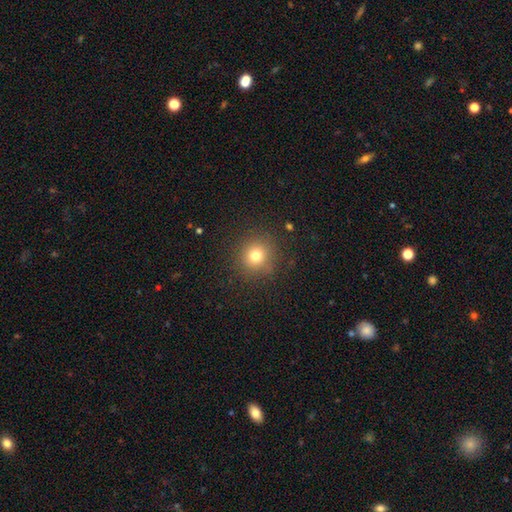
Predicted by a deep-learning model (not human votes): This appears to be a smooth galaxy with no disk features (76%) that is round (91%). Merging: none (88%).